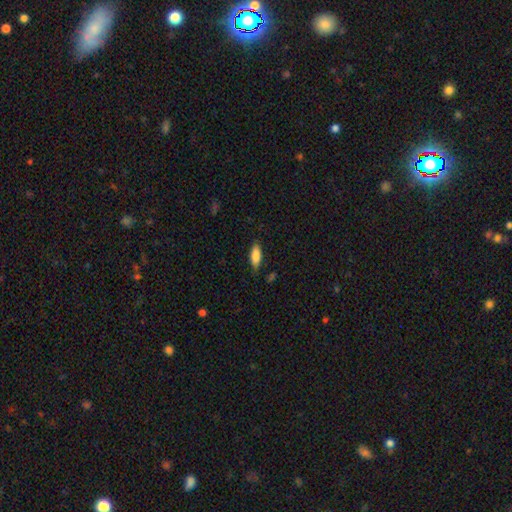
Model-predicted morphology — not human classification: A smooth galaxy with no disk features (81%) that is in between round and cigar-shaped (70%). Merging: none (82%).